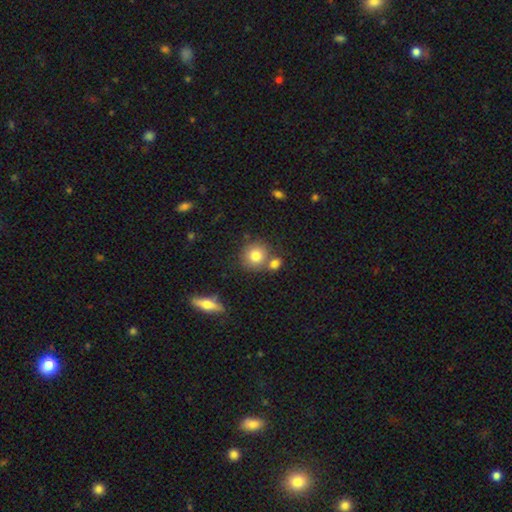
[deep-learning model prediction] Smooth or featured? Predicted: smooth (p=0.80). How rounded? Predicted: round (p=0.85). Merging? Predicted: none (p=0.64).